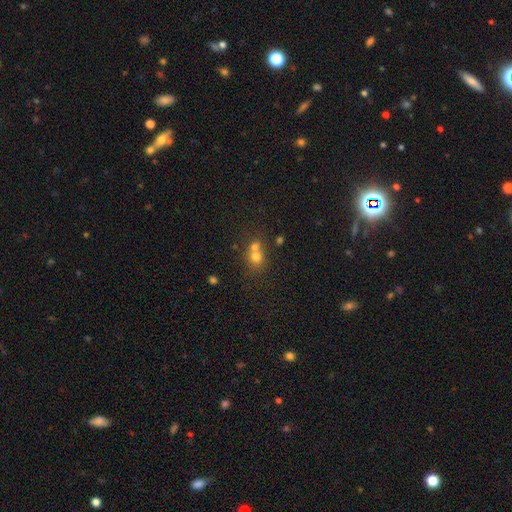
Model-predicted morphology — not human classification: The model was most divided on "merging": merger: 55%, none: 36%, minor disturbance: 6%, major disturbance: 3%. More confident: how rounded — round (78%); smooth or featured — smooth (66%).